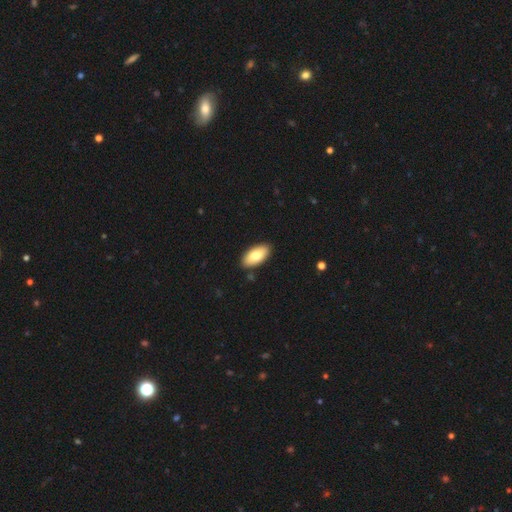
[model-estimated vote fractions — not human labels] Smooth or featured?
  - smooth: 77% *
  - featured or disk: 17%
  - star or artifact: 6%
How rounded?
  - in between: 94% *
  - cigar-shaped: 4%
  - round: 2%
Merging?
  - none: 88% *
  - minor disturbance: 8%
  - major disturbance: 2%
  - merger: 2%